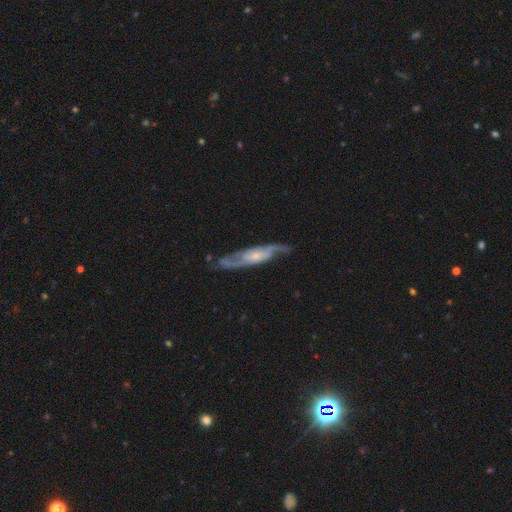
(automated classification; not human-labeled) A featured or disk galaxy (83%) with no bar (56%), 2 (83%) medium (49%) spiral arms (94%) and a small central bulge (52%). Merging: none (74%).